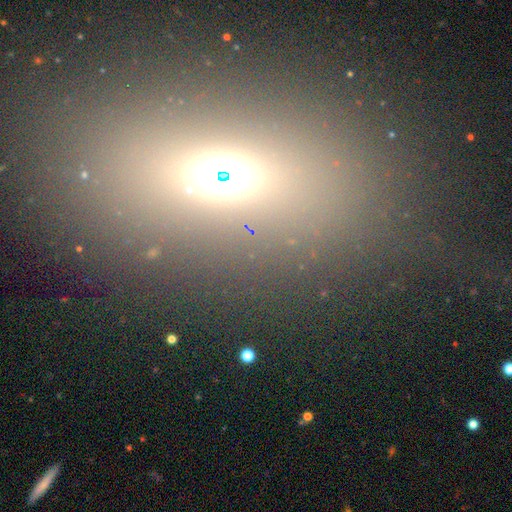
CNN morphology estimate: A star or artifact, not a galaxy (40%, tied with smooth).

Vote fractions:
- Smooth or featured? star or artifact: 40% (tied) / smooth: 40% (tied) / featured or disk: 20%